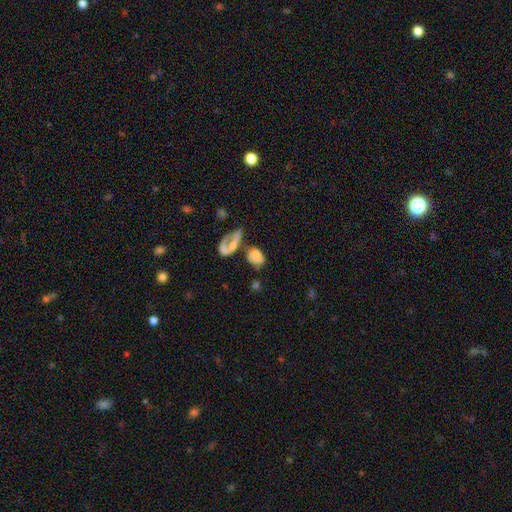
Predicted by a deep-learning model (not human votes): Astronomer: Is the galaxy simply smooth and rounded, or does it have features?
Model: smooth — 63%.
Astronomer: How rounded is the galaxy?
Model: in between — 77%.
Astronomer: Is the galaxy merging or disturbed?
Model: merger — 40% (runner-up: none, 28%).